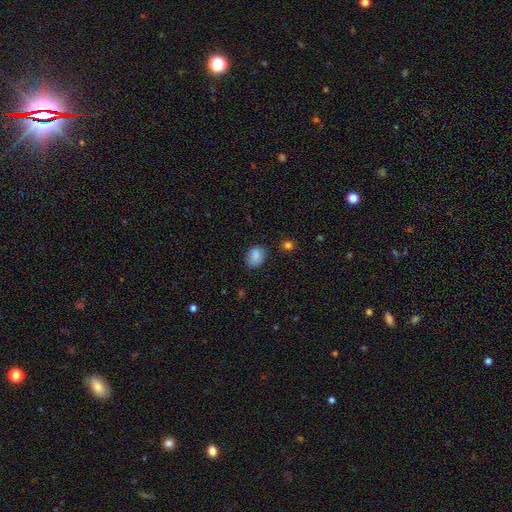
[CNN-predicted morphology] Smooth or featured?
  - smooth: 84% *
  - star or artifact: 9%
  - featured or disk: 7%
How rounded?
  - in between: 62% *
  - round: 37%
  - cigar-shaped: 1%
Merging?
  - none: 74% *
  - minor disturbance: 20%
  - major disturbance: 4%
  - merger: 2%